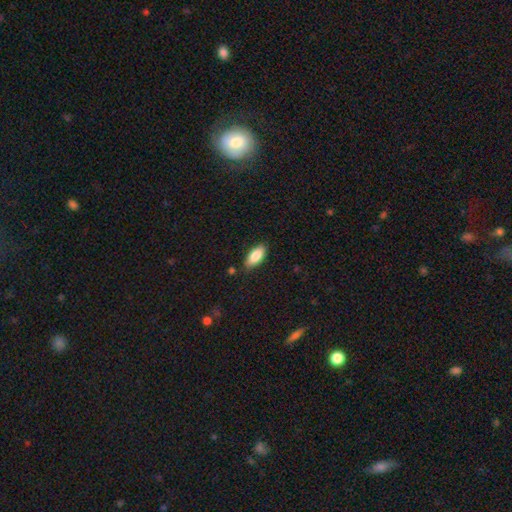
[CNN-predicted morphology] type=smooth (85%); roundness=in between (85%); merging=none (83%).